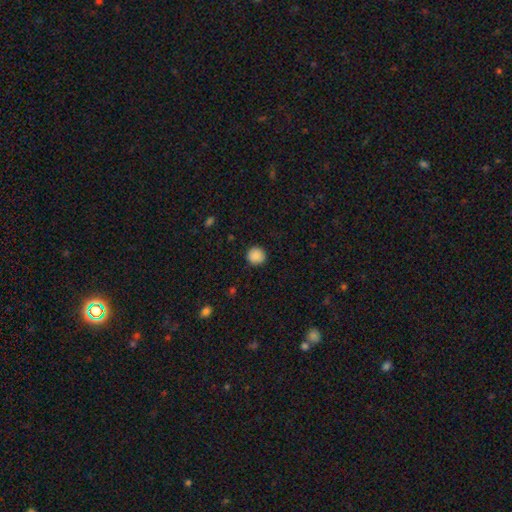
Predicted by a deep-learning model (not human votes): Smooth or featured? smooth (88%)
How rounded? round (94%)
Merging? none (91%)